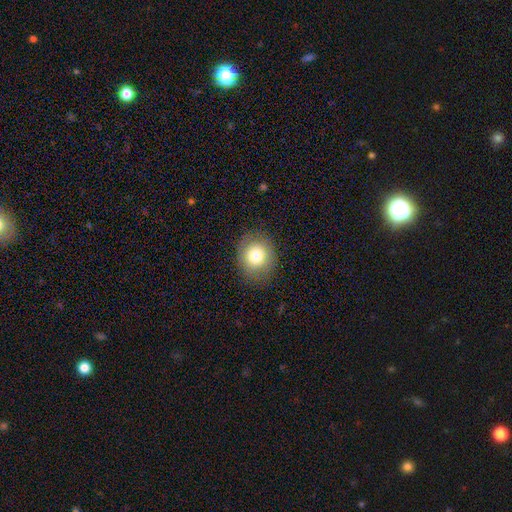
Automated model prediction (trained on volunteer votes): Smooth or featured? smooth (76%)
How rounded? round (72%)
Merging? none (85%)